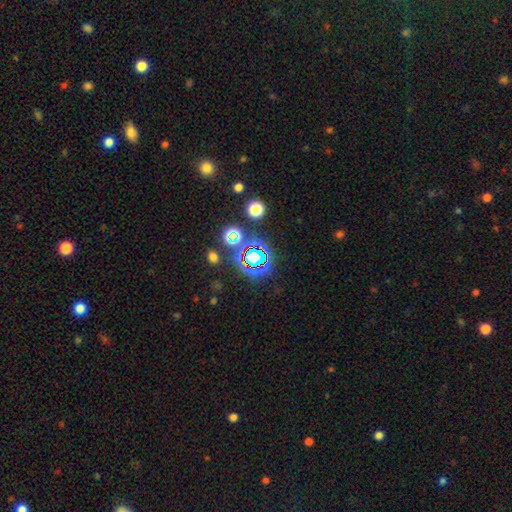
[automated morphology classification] Overall: star or artifact (68%).